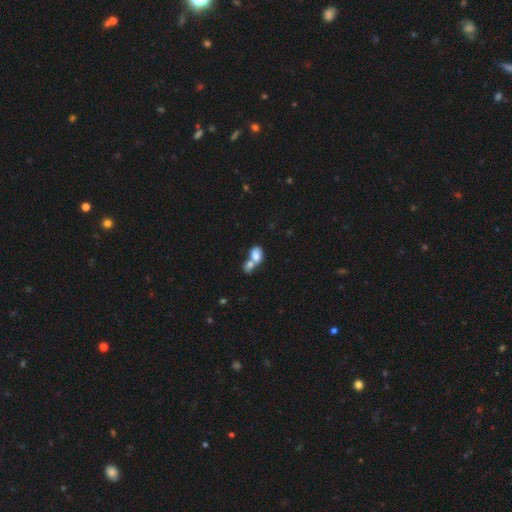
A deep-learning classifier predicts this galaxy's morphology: Q: Smooth or featured?
A: smooth (80%); runner-up: featured or disk (12%)
Q: How rounded?
A: in between (75%); runner-up: round (23%)
Q: Merging?
A: merger (71%); runner-up: none (19%)